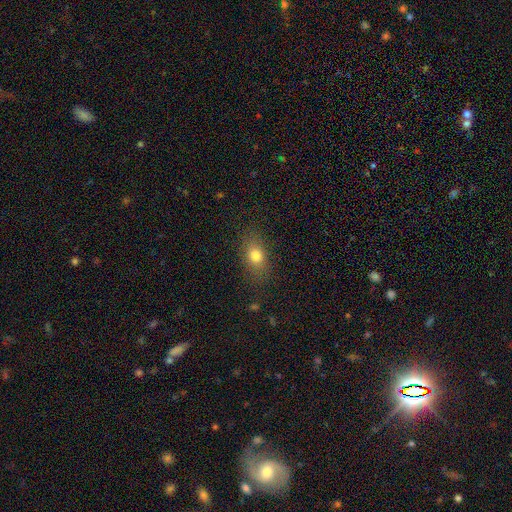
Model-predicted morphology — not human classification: Smooth or featured? smooth (77%)
How rounded? in between (75%)
Merging? none (83%)